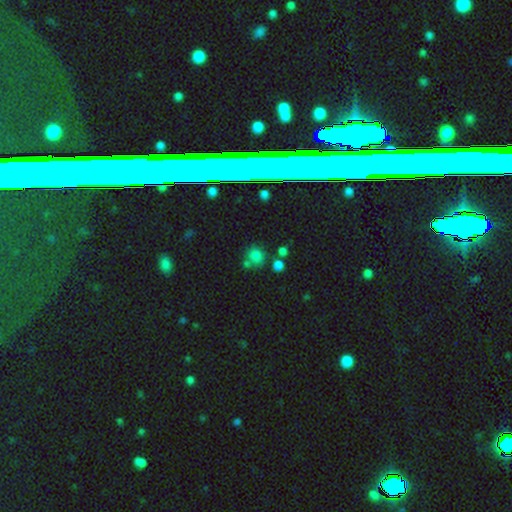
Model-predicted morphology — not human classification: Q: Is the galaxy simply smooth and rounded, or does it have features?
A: smooth — 70%.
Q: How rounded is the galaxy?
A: round — 82%.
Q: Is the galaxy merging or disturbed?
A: none — 62%.